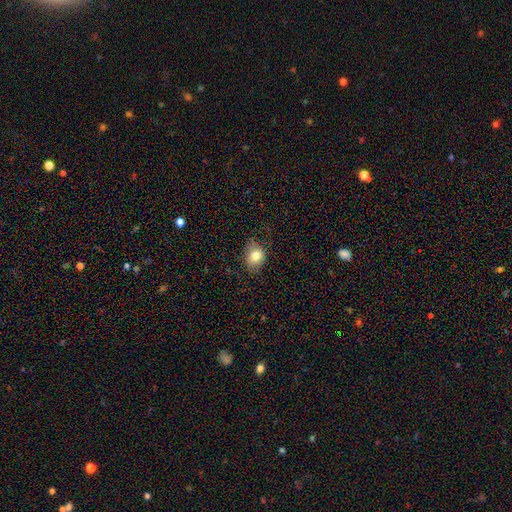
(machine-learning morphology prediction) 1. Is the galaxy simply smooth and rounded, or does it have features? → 79% smooth, 11% featured or disk, 10% star or artifact.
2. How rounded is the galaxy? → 52% in between, 47% round, 1% cigar-shaped.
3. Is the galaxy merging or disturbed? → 71% none, 22% minor disturbance, 6% major disturbance, 1% merger.